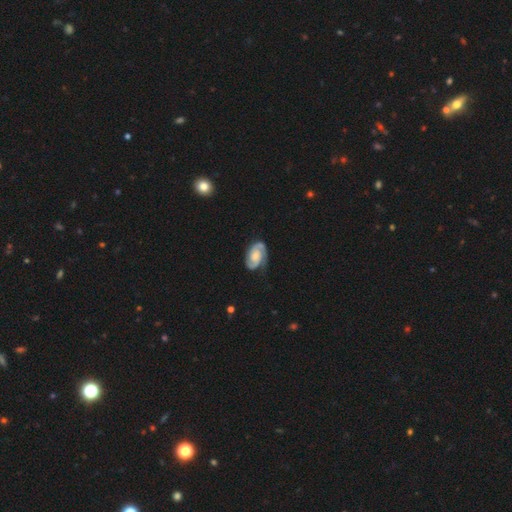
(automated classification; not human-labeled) This is clearly a featured or disk galaxy (85%). It is clearly not viewed edge-on (98%). Bar: likely no (62%). Spiral arm pattern: clearly yes (97%). Spiral arm count: clearly 2 (91%). Spiral winding: possibly tight (47%). Central bulge: marginally moderate (37%). Merging: likely none (78%).